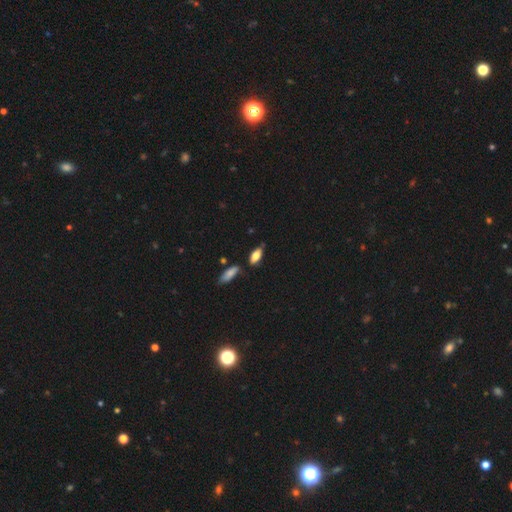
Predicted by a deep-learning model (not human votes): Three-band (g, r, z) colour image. It shows a smooth galaxy with no disk features (75%) that is in between round and cigar-shaped (83%). Merging: none (71%).